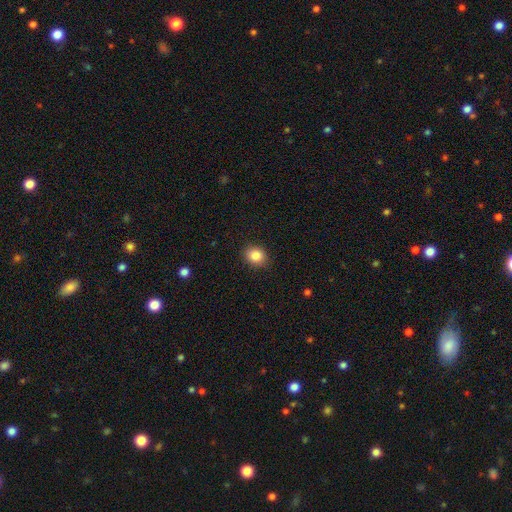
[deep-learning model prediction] smooth_or_featured: smooth (p=0.86) [alt: star or artifact p=0.09]
how_rounded: round (p=0.63) [alt: in between p=0.36]
merging: none (p=0.88) [alt: minor disturbance p=0.09]